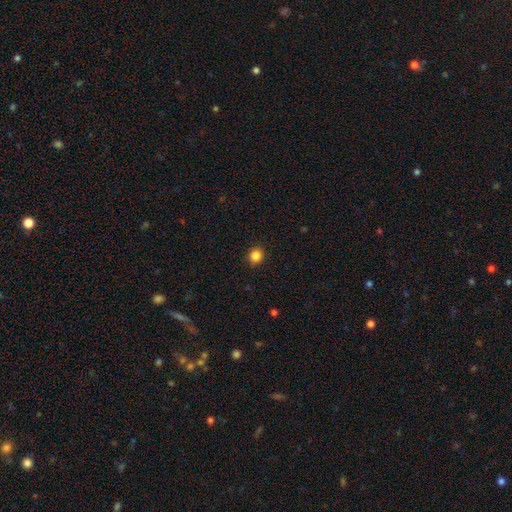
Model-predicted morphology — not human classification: Overall: smooth (85%). How rounded: round (81%). Merging: none (90%).